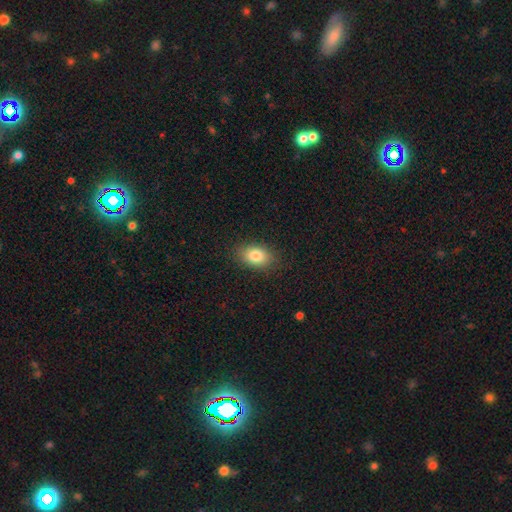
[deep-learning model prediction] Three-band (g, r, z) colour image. It shows a smooth galaxy with no disk features (83%) that is in between round and cigar-shaped (84%). Merging: none (86%).